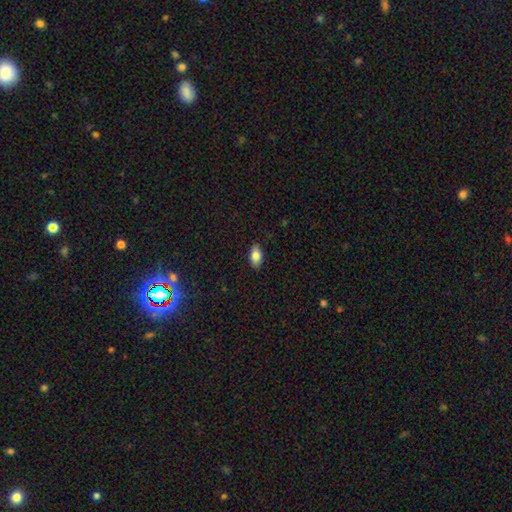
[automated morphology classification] type=smooth (83%); roundness=in between (91%); merging=none (88%).